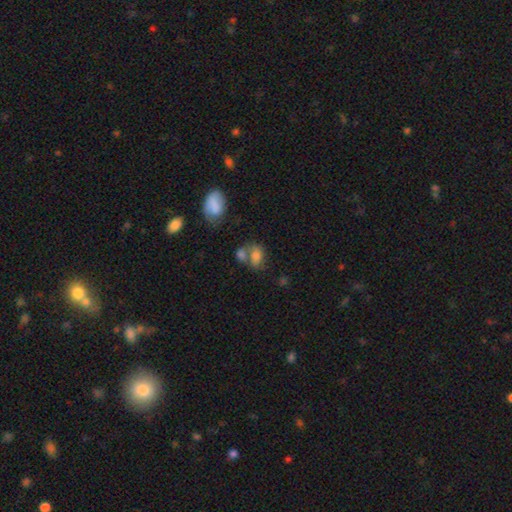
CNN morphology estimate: This is likely a smooth galaxy (72%). How rounded: likely in between (78%). Merging: marginally merger (42%).